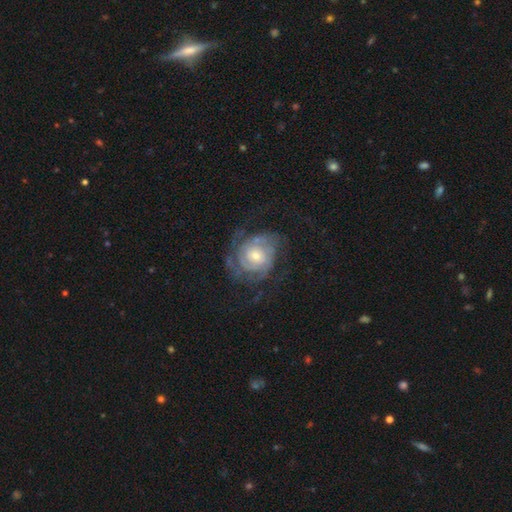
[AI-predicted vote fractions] Q: Smooth or featured?
A: featured or disk (82%); runner-up: smooth (11%)
Q: Edge-on disk?
A: no (97%); runner-up: yes (3%)
Q: Bar?
A: no (72%); runner-up: weak (23%)
Q: Spiral arms?
A: yes (93%); runner-up: no (7%)
Q: Spiral winding?
A: tight (63%); runner-up: medium (28%)
Q: Spiral arm count?
A: can't tell (33%); tied with: 2 (33%)
Q: Bulge size?
A: small (47%); runner-up: moderate (45%)
Q: Merging?
A: none (63%); runner-up: minor disturbance (18%)